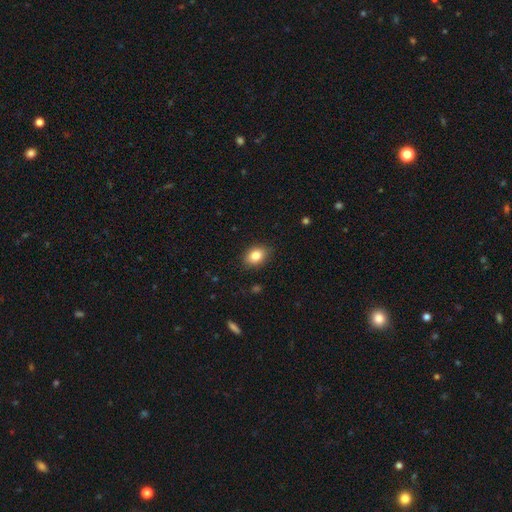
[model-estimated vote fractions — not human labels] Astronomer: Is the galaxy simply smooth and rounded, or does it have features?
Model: smooth — 84%.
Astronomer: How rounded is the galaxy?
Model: in between — 72%.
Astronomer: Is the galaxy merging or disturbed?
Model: none — 86%.